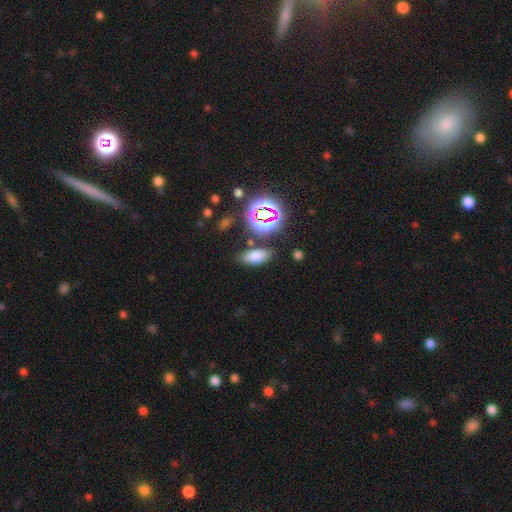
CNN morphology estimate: Q: Smooth or featured?
A: smooth (70%); runner-up: star or artifact (21%)
Q: How rounded?
A: in between (83%); runner-up: cigar-shaped (9%)
Q: Merging?
A: none (79%); runner-up: minor disturbance (11%)